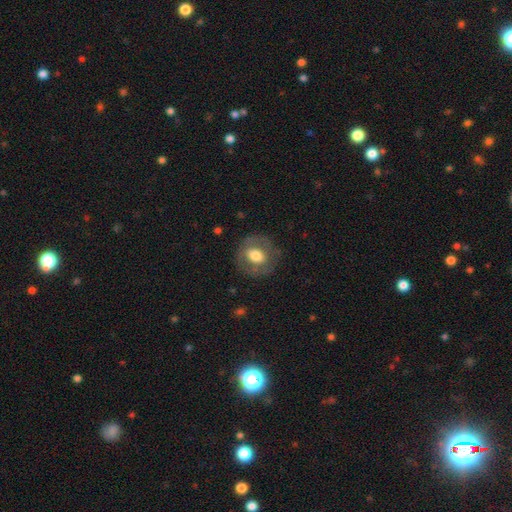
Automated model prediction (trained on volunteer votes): Morphology: type=smooth (57%); roundness=round (74%); merging=none (77%).